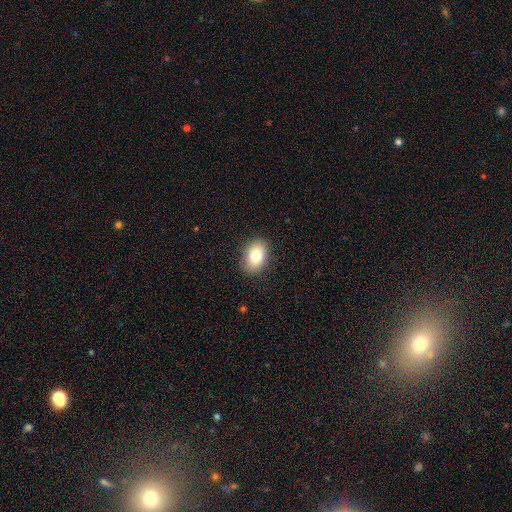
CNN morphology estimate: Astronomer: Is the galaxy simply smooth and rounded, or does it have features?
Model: smooth — 80%.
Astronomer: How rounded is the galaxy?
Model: in between — 82%.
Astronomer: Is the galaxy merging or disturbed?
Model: none — 88%.